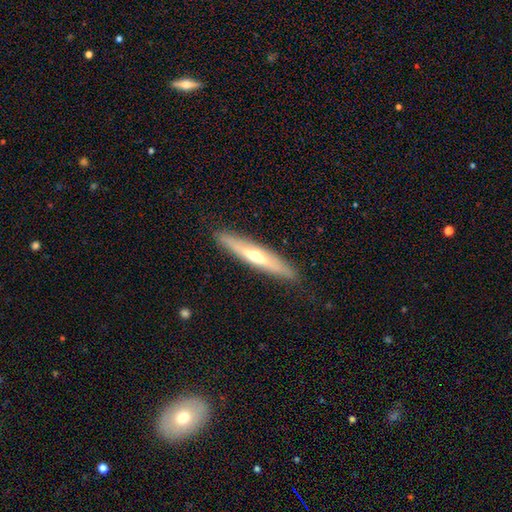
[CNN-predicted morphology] A featured or disk galaxy (58%) viewed edge-on (84%).

Vote fractions:
- Smooth or featured? featured or disk: 58% / smooth: 36% / star or artifact: 6%
- Edge-on disk? yes: 84% / no: 16%
- Merging? none: 87% / minor disturbance: 10% / major disturbance: 2% / merger: 1%